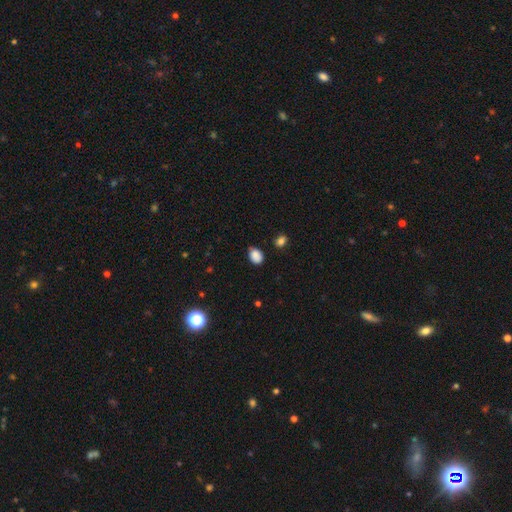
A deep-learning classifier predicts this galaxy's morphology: Overall: smooth (85%). How rounded: in between (67%; round 32%). Merging: none (68%).